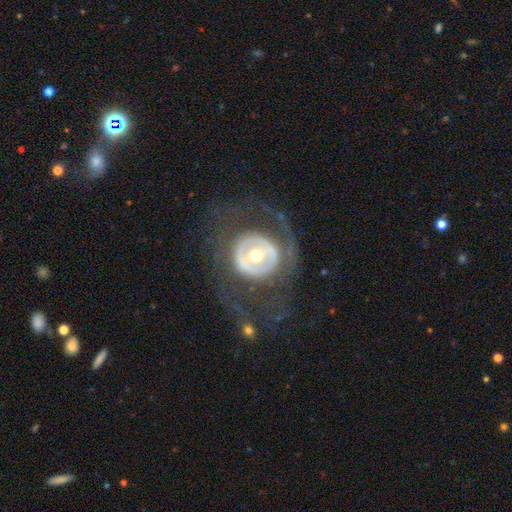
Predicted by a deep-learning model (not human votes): This is likely a featured or disk galaxy (75%). It is clearly not viewed edge-on (95%). Bar: possibly no (53%). Spiral arm pattern: possibly no (59%). Central bulge: likely moderate (61%). Merging: likely none (60%).